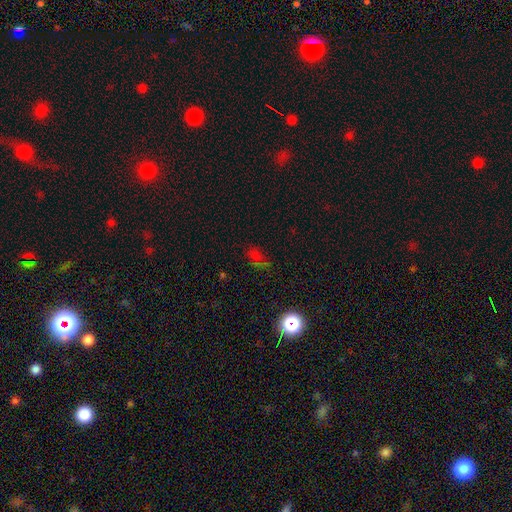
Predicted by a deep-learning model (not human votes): This is possibly a star or artifact rather than a galaxy (45%).